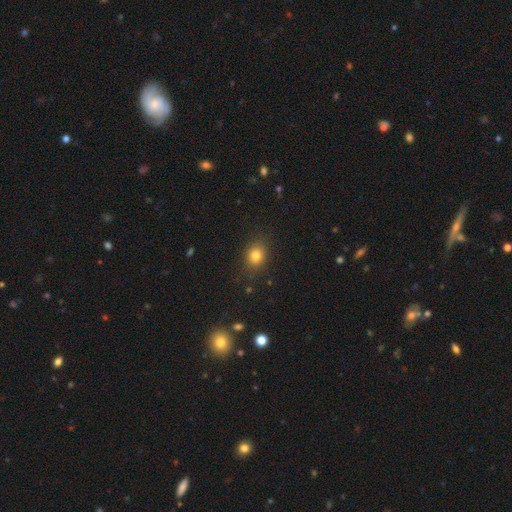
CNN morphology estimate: type=smooth (79%); roundness=round (59%); merging=none (84%).